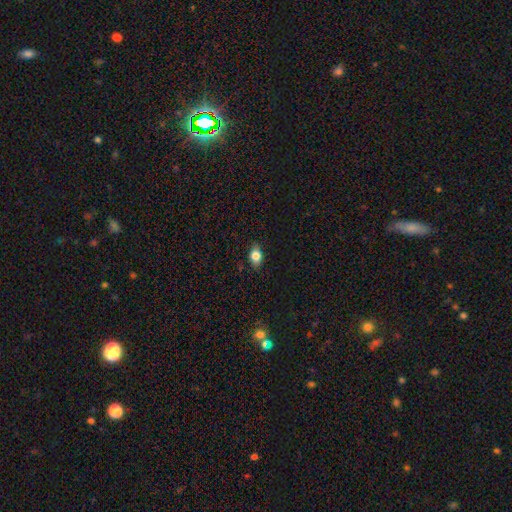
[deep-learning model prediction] This is likely a smooth galaxy (79%). How rounded: likely in between (80%). Merging: clearly none (84%).